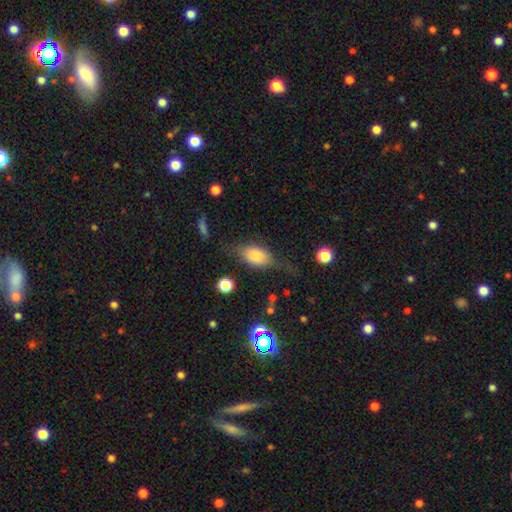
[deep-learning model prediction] Overall: smooth (69%). How rounded: in between (83%). Merging: none (53%; minor disturbance 26%).